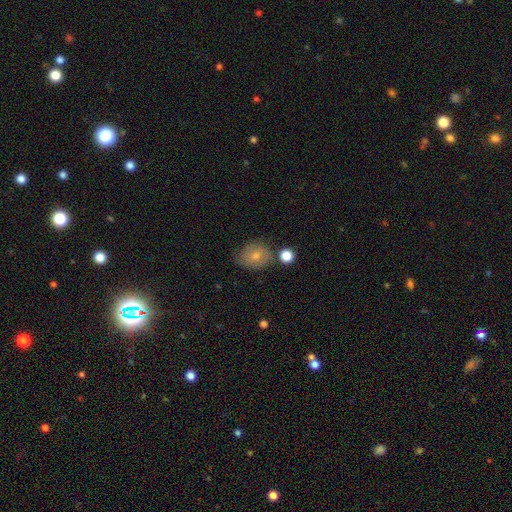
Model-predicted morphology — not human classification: smooth 69%, featured or disk 22%, star or artifact 9%. Down the decision tree: how rounded — round (61%); merging — none (61%).